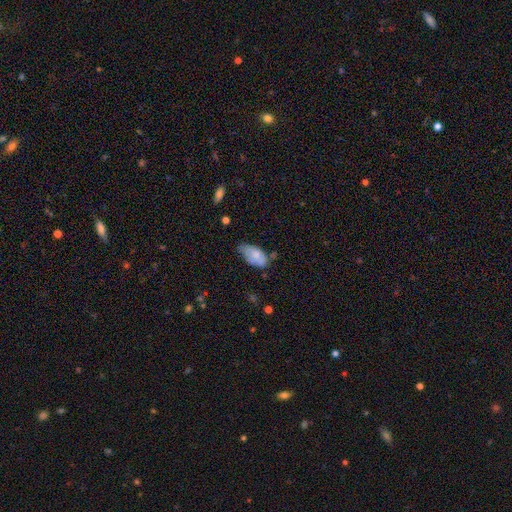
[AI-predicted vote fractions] Smooth or featured? Predicted: smooth (p=0.75). How rounded? Predicted: in between (p=0.93). Merging? Predicted: minor disturbance (p=0.43).